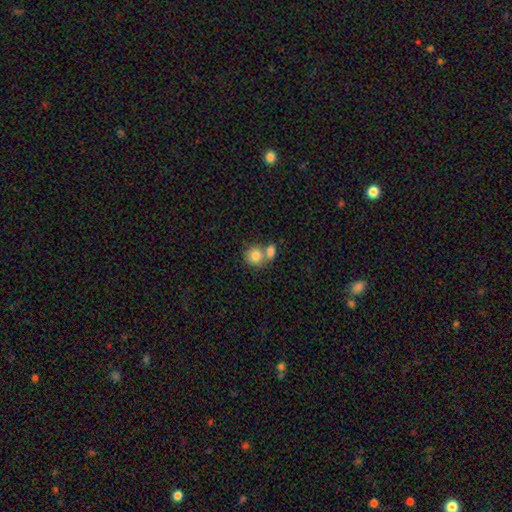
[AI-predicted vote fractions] Smooth or featured? Predicted: smooth (p=0.81). How rounded? Predicted: round (p=0.79). Merging? Predicted: merger (p=0.51).